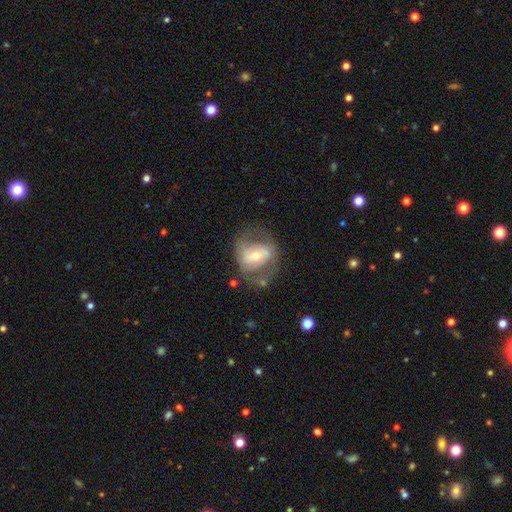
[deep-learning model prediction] A featured or disk galaxy (62%) with no bar (38%), spiral arms (54%) and a moderate central bulge (47%).

Vote fractions:
- Smooth or featured? featured or disk: 62% / smooth: 30% / star or artifact: 7%
- Edge-on disk? no: 94% / yes: 6%
- Bar? no: 38% / strong: 31% / weak: 31%
- Spiral arms? yes: 54% / no: 46%
- Bulge size? moderate: 47% / small: 46% / large: 4% / none: 1% / dominant: 1%
- Merging? none: 53% / major disturbance: 21% / minor disturbance: 21% / merger: 5%